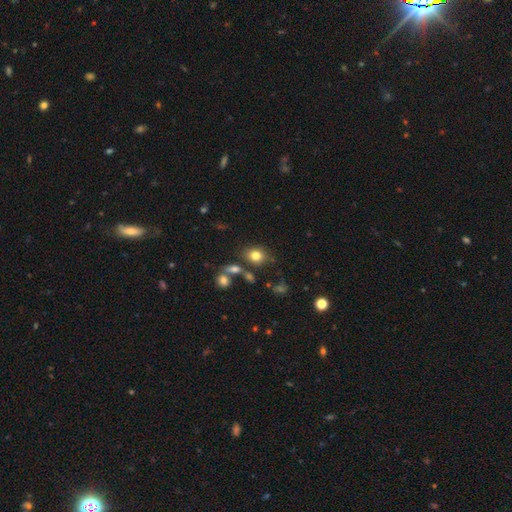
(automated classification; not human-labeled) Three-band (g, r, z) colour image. It shows a smooth galaxy with no disk features (79%) that is round (56%). Merging: none (71%).